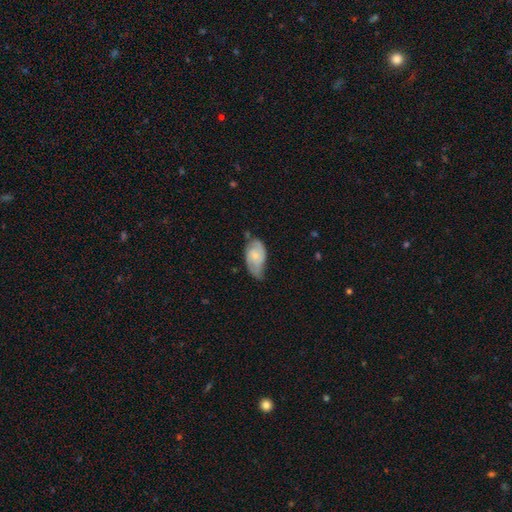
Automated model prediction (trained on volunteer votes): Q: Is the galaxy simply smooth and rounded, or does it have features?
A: featured or disk — 59%.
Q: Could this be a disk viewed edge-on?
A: no — 95%.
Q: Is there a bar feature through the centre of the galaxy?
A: no — 67%.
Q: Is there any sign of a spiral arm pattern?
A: yes — 87%.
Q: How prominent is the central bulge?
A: small — 62%.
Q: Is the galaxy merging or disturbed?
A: none — 46%.